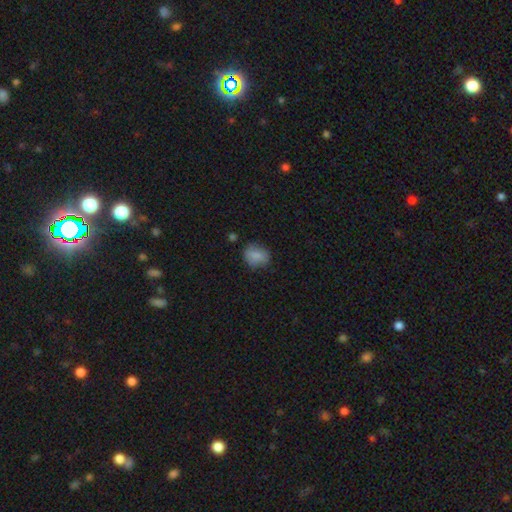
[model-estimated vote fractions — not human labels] This appears to be a smooth galaxy with no disk features (81%) that is round (55%). Merging: none (69%).